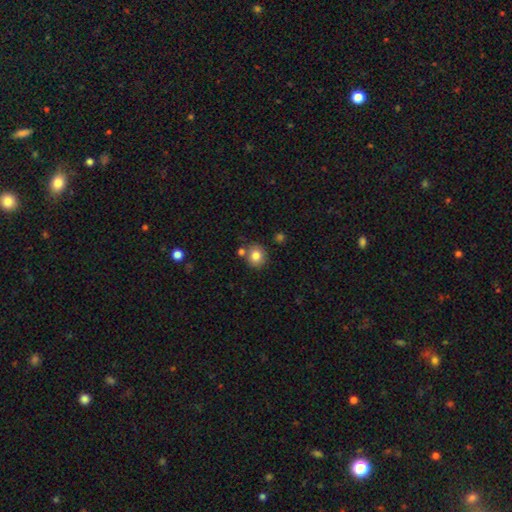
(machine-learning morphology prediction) The model was most divided on "merging": none: 75%, merger: 12%, minor disturbance: 10%, major disturbance: 3%. More confident: how rounded — round (84%); smooth or featured — smooth (82%).